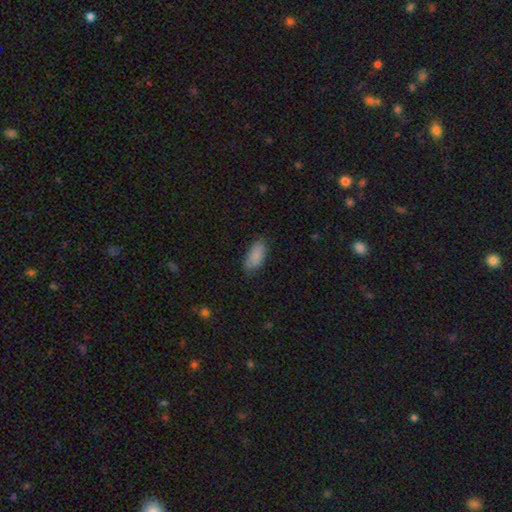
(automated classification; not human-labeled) smooth_or_featured: smooth (p=0.86) [alt: featured or disk p=0.08]
how_rounded: in between (p=0.91) [alt: cigar-shaped p=0.07]
merging: none (p=0.73) [alt: minor disturbance p=0.22]